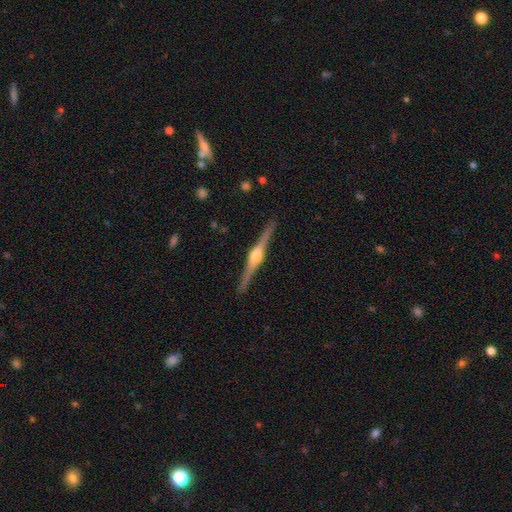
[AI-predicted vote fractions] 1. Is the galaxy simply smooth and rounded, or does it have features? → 86% featured or disk, 10% smooth, 5% star or artifact.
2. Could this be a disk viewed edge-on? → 98% yes, 2% no.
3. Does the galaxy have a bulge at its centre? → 92% rounded, 6% boxy, 2% none.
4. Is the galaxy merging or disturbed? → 91% none, 7% minor disturbance, 1% major disturbance, 1% merger.